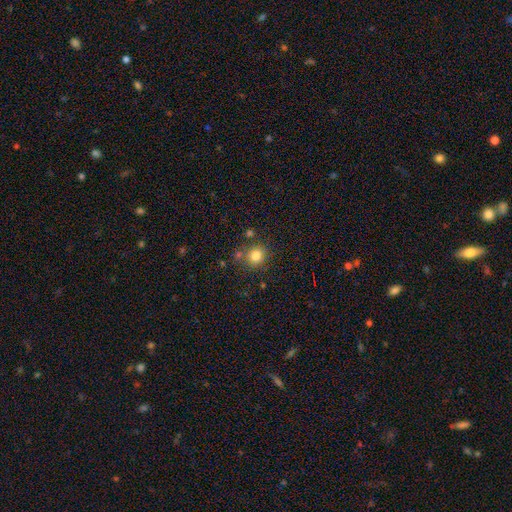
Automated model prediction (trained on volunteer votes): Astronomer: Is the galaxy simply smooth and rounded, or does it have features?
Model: smooth — 82%.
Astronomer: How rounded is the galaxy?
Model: round — 86%.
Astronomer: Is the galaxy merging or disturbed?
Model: none — 78%.